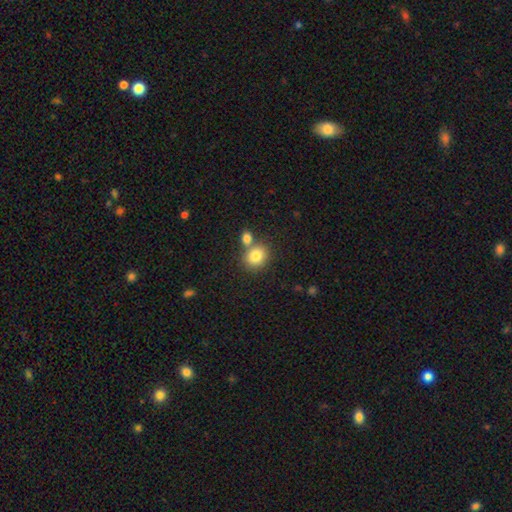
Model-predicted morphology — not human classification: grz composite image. It shows a smooth galaxy with no disk features (81%) that is round (67%). Merging: none (56%).